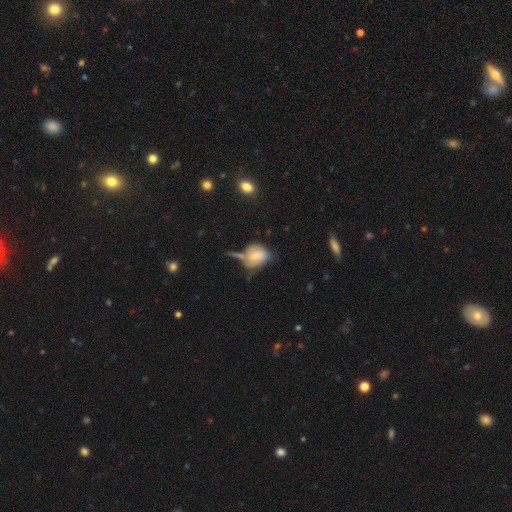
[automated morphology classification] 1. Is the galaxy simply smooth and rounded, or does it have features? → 64% smooth, 28% featured or disk, 9% star or artifact.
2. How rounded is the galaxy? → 49% round (tied), 49% in between (tied), 2% cigar-shaped.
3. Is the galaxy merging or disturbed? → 32% none, 26% minor disturbance, 25% merger, 17% major disturbance.